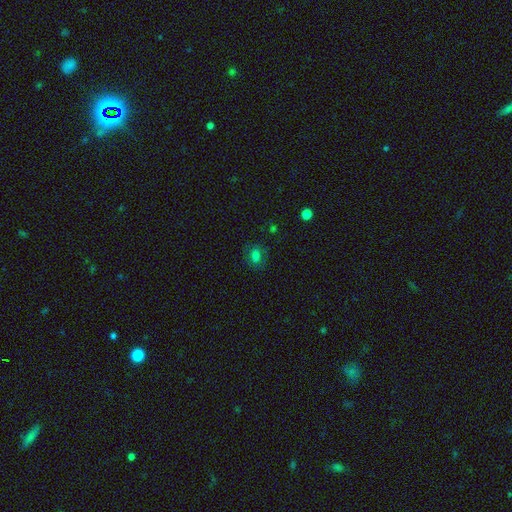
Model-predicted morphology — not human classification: Smooth or featured: smooth — 74% (star or artifact — 16%)
How rounded: in between — 64% (round — 34%)
Merging: none — 79% (minor disturbance — 14%)